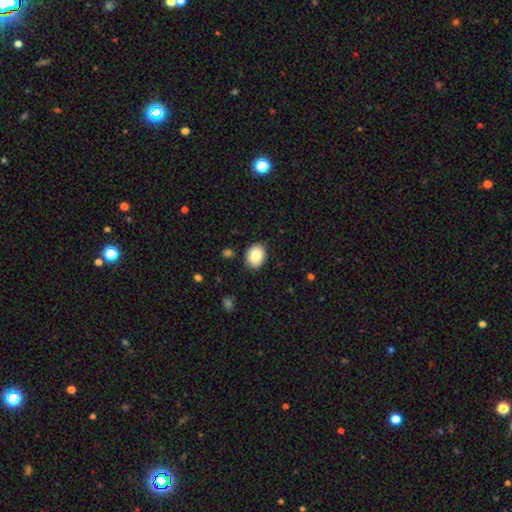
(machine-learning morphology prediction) The model was most divided on "how rounded": in between: 62%, round: 37%, cigar-shaped: 1%. More confident: merging — none (86%); smooth or featured — smooth (86%).